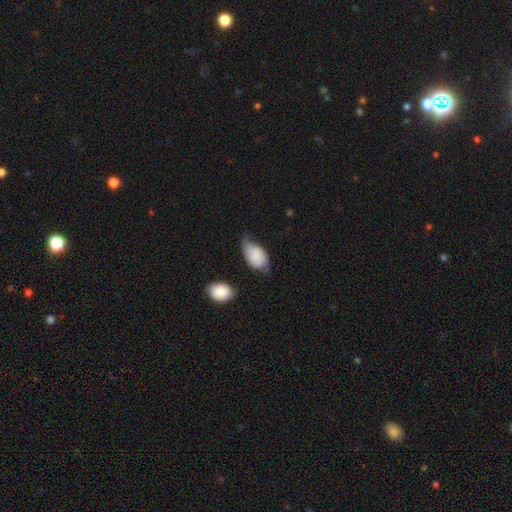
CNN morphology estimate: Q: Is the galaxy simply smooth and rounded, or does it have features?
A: smooth — 75%.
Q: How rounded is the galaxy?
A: in between — 91%.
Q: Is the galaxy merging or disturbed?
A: minor disturbance — 44%.